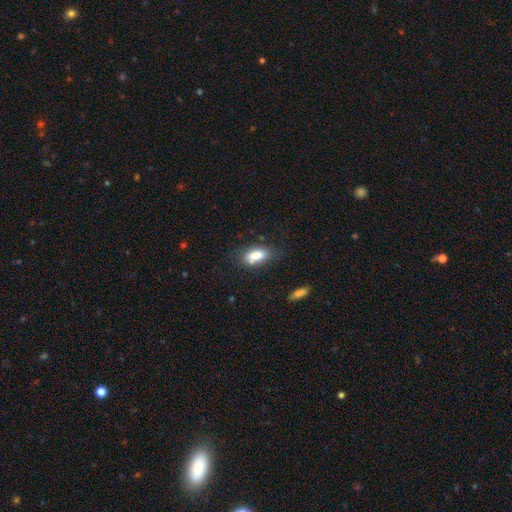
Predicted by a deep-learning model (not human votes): Q: Smooth or featured?
A: smooth (80%); runner-up: featured or disk (11%)
Q: How rounded?
A: in between (86%); runner-up: cigar-shaped (9%)
Q: Merging?
A: none (60%); runner-up: minor disturbance (23%)